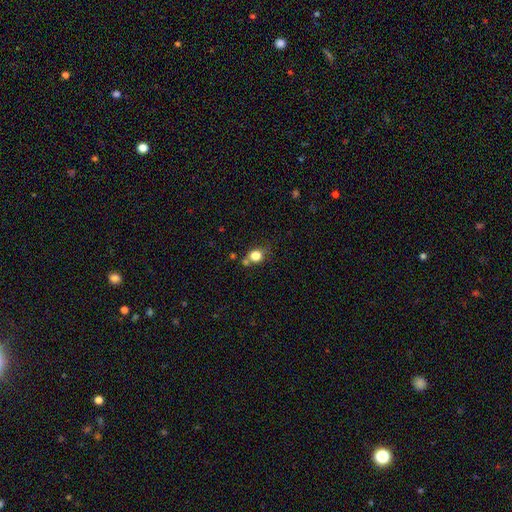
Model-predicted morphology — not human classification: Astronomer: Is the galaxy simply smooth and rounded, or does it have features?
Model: smooth — 79%.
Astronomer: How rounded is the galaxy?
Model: round — 68%.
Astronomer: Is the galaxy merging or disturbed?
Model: none — 57%.